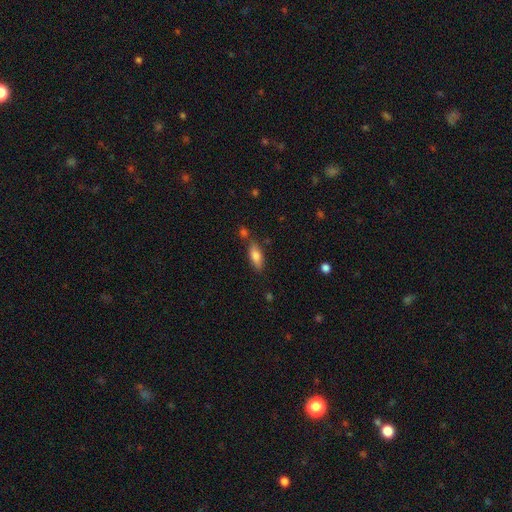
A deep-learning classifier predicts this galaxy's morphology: Overall: smooth (79%). How rounded: in between (70%). Merging: none (71%).